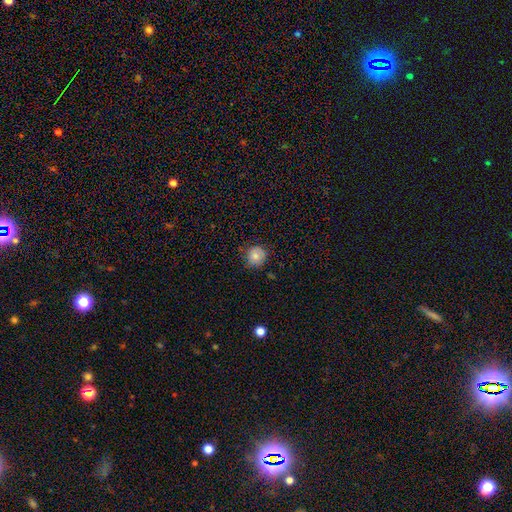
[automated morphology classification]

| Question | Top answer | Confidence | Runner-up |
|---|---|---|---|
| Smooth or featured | smooth | 79% | featured or disk (11%) |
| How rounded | round | 88% | in between (11%) |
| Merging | none | 74% | minor disturbance (21%) |